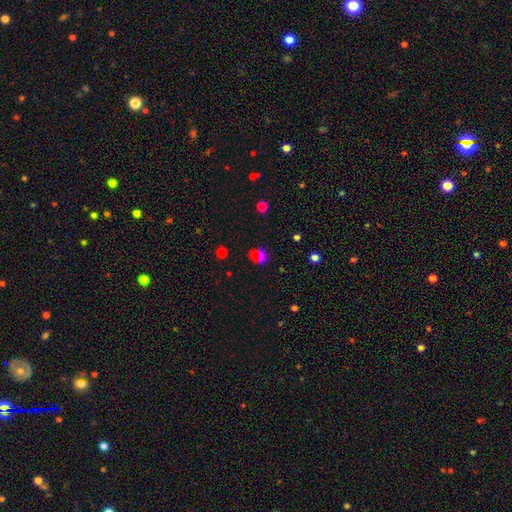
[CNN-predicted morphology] smooth_or_featured: smooth (p=0.59) [alt: star or artifact p=0.34]
how_rounded: round (p=0.66) [alt: in between p=0.32]
merging: none (p=0.80) [alt: minor disturbance p=0.11]